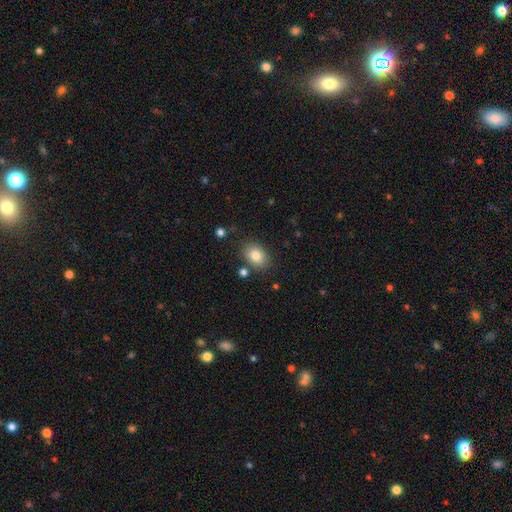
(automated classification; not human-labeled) Smooth or featured: smooth — 82% (star or artifact — 9%)
How rounded: in between — 71% (round — 28%)
Merging: none — 81% (minor disturbance — 12%)